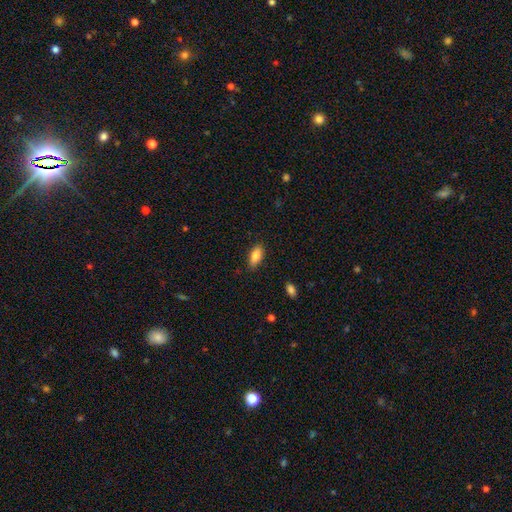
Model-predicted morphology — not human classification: Overall: smooth (82%). How rounded: in between (82%). Merging: none (84%).